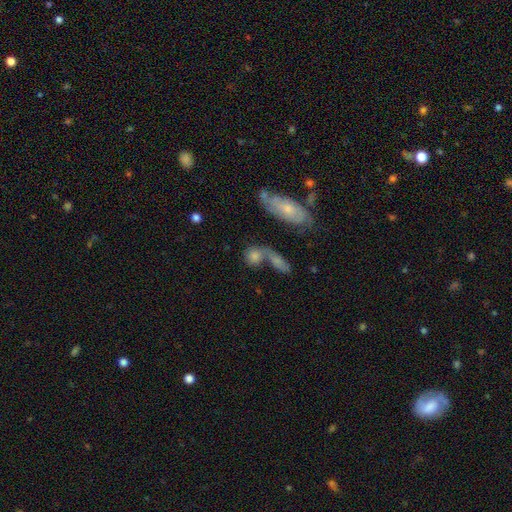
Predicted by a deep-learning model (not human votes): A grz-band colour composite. It shows a smooth galaxy with no disk features (71%) that is round (57%). Merging: merger (44%).